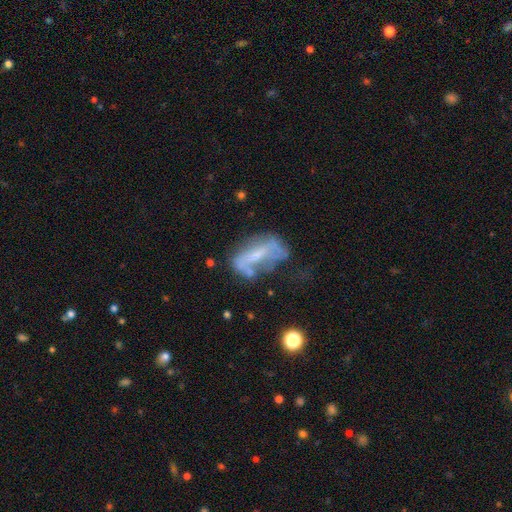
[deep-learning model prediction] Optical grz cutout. It shows a featured or disk galaxy (59%) with no bar (40%), no spiral arms (64%) and a small central bulge (44%). Merging: major disturbance (31%, tied with none).